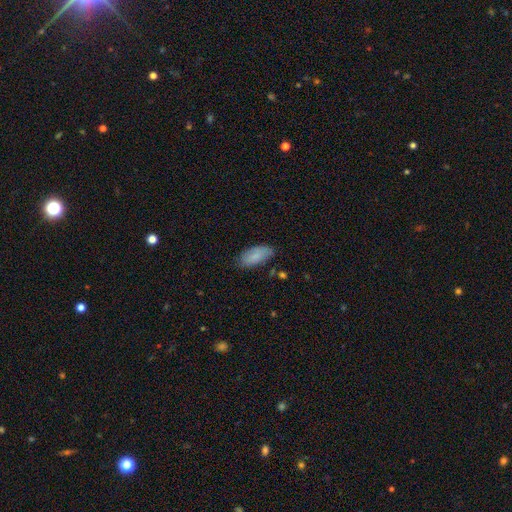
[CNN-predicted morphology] smooth-or-featured: smooth: 82% | featured or disk: 11% | star or artifact: 6%
  how-rounded: in between: 89% | cigar-shaped: 9% | round: 2%
  merging: none: 75% | minor disturbance: 20% | major disturbance: 4% | merger: 2%